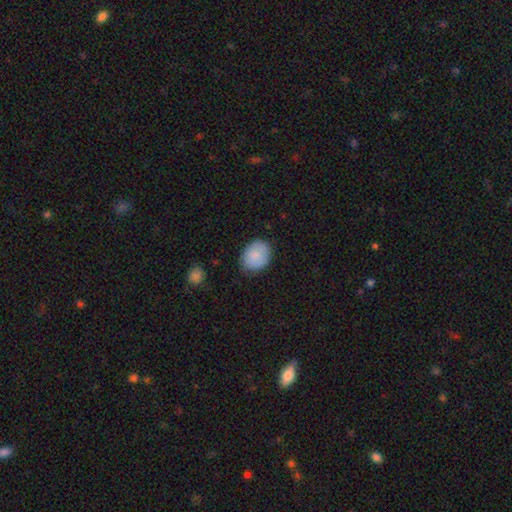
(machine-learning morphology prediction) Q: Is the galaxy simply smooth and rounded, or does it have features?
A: smooth — 85%.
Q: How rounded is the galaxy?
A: in between — 59%.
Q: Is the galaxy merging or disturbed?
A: none — 77%.